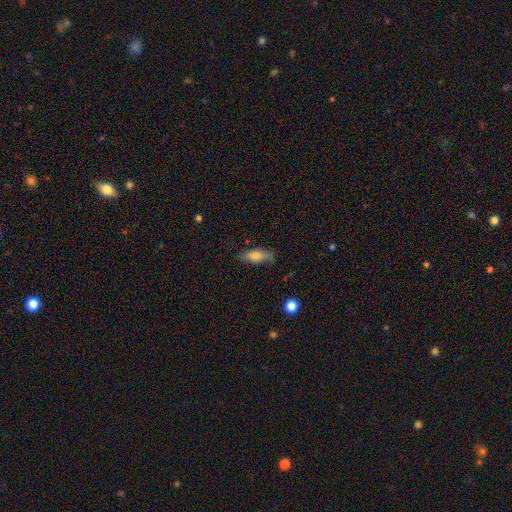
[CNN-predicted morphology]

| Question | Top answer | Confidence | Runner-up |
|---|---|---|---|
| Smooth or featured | smooth | 73% | featured or disk (20%) |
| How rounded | in between | 68% | cigar-shaped (29%) |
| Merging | none | 72% | minor disturbance (21%) |